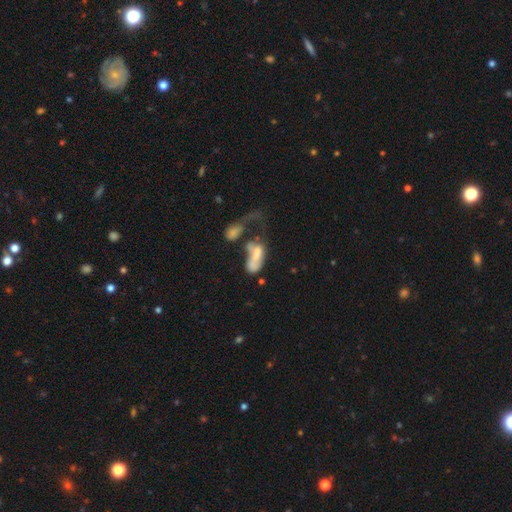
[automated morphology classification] The model was most divided on "smooth or featured": smooth: 48%, featured or disk: 42%, star or artifact: 10%. More confident: merging — merger (52%).